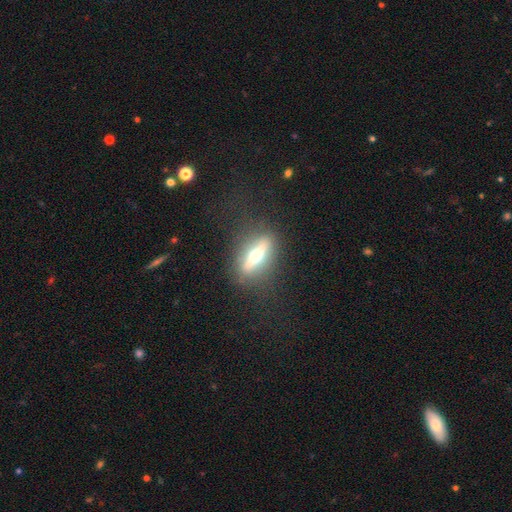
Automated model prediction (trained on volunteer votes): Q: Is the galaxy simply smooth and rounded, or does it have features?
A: featured or disk — 60%.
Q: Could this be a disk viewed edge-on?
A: yes — 80%.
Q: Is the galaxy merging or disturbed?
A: none — 82%.